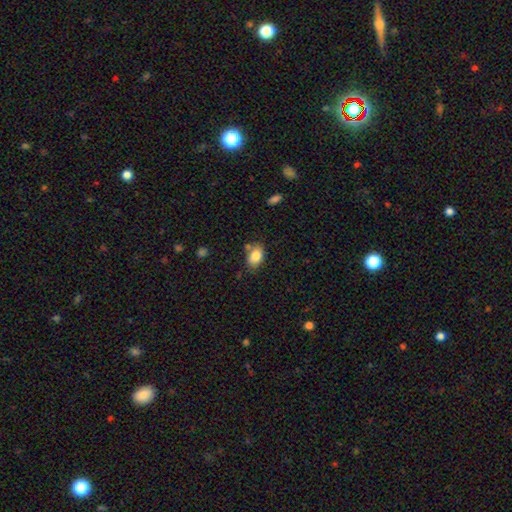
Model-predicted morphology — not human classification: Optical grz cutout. It shows a smooth galaxy with no disk features (83%) that is in between round and cigar-shaped (84%). Merging: none (70%).